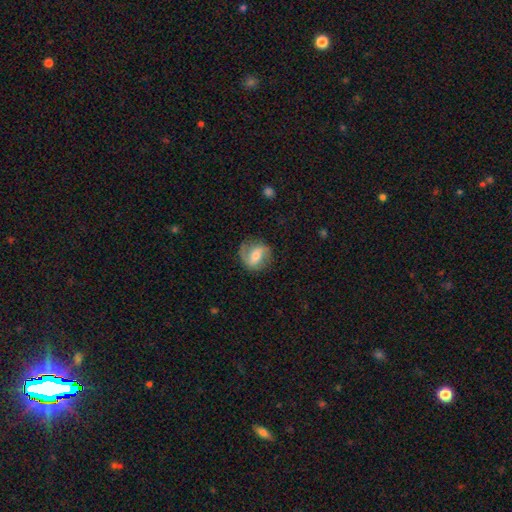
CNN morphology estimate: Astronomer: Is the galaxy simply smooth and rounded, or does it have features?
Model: featured or disk — 69%.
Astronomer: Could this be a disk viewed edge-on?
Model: no — 96%.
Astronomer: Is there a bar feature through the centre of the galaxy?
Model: weak — 40% (runner-up: strong, 38%).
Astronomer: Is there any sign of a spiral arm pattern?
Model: yes — 87%.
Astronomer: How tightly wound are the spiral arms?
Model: medium — 41% (runner-up: loose, 39%).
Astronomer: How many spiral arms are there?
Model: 2 — 82%.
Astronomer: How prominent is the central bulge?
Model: moderate — 61%.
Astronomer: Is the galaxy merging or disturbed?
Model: none — 77%.